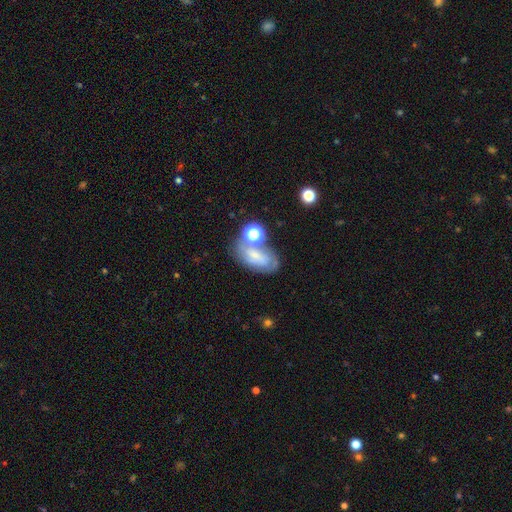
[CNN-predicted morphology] type=smooth (47%); merging=none (43%).